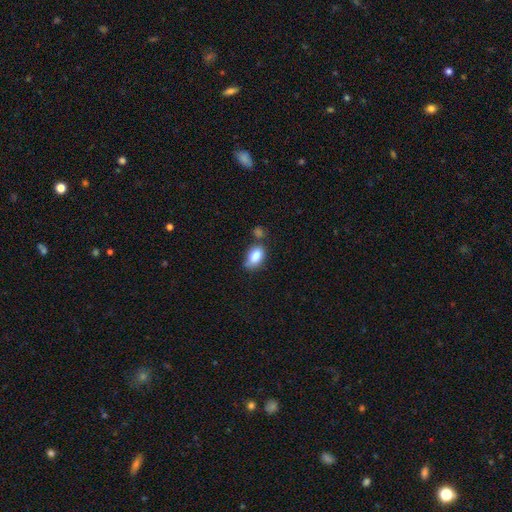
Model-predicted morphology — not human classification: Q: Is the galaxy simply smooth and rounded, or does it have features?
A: smooth — 83%.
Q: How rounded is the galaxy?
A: in between — 87%.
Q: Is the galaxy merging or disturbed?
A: none — 52%.